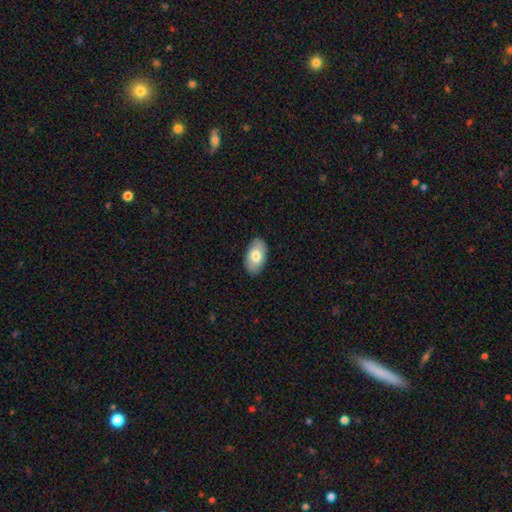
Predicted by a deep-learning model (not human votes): smooth 76%, featured or disk 18%, star or artifact 6%. Down the decision tree: how rounded — in between (94%); merging — none (87%).